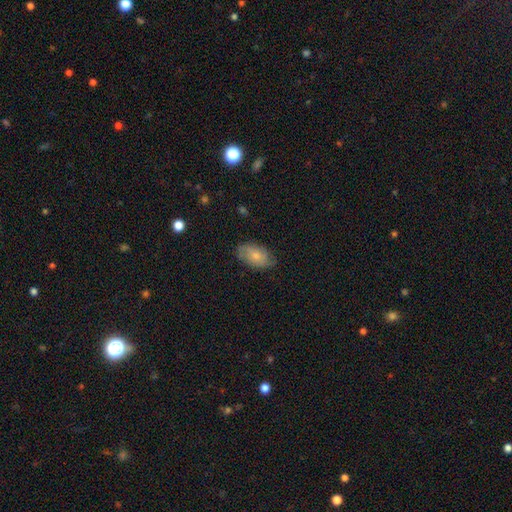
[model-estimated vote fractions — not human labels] A smooth galaxy with no disk features (66%) that is in between round and cigar-shaped (90%).

Vote fractions:
- Smooth or featured? smooth: 66% / featured or disk: 27% / star or artifact: 7%
- How rounded? in between: 90% / round: 8% / cigar-shaped: 2%
- Merging? none: 75% / minor disturbance: 19% / major disturbance: 4% / merger: 1%